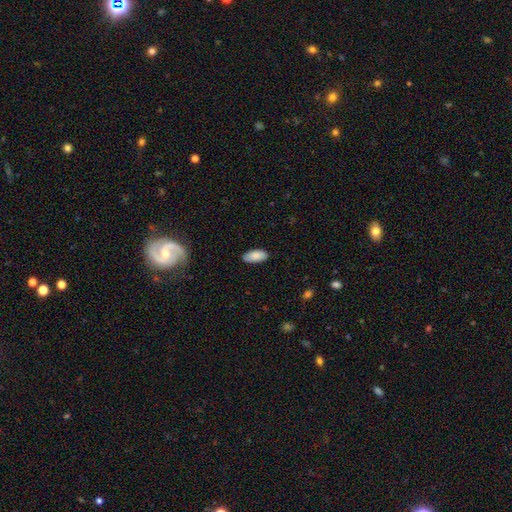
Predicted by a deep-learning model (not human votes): Overall: smooth (88%). How rounded: in between (91%). Merging: none (85%).